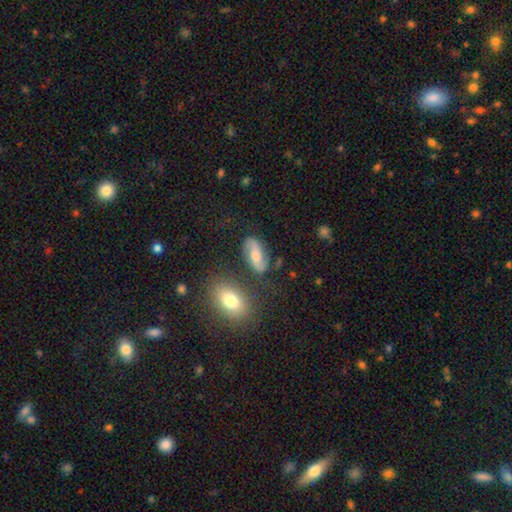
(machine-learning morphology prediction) This appears to be a featured or disk galaxy (56%) with no bar (44%), spiral arms (86%) and a moderate central bulge (56%). Merging: none (73%).